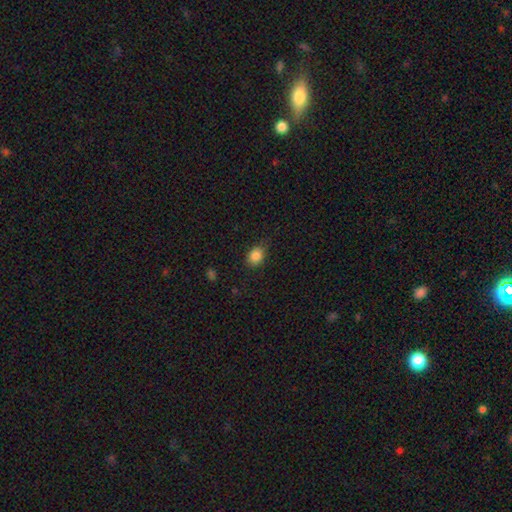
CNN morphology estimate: Smooth or featured? smooth (85%)
How rounded? round (53%)
Merging? none (70%)